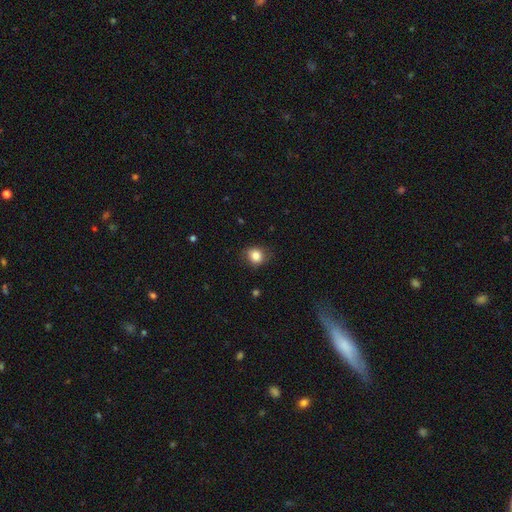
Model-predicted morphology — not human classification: Smooth or featured?
  - smooth: 83% *
  - star or artifact: 10%
  - featured or disk: 7%
How rounded?
  - round: 70% *
  - in between: 29%
  - cigar-shaped: 1%
Merging?
  - none: 78% *
  - minor disturbance: 17%
  - major disturbance: 4%
  - merger: 1%